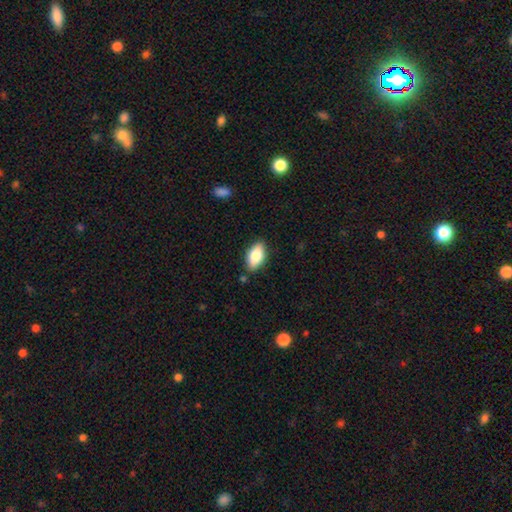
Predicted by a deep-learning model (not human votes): Overall: smooth (76%). How rounded: in between (89%). Merging: none (85%).